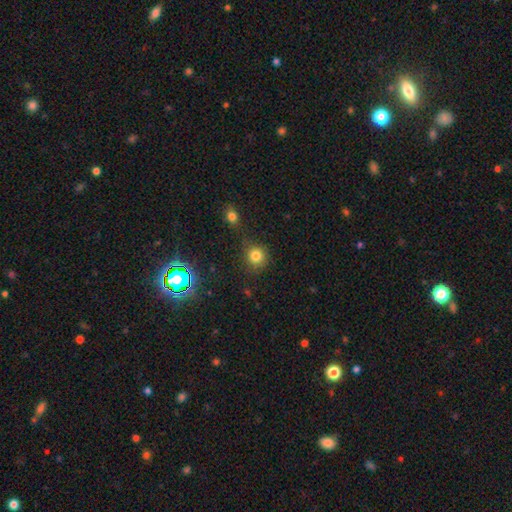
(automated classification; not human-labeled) This is likely a smooth galaxy (79%). How rounded: clearly round (89%). Merging: likely none (76%).